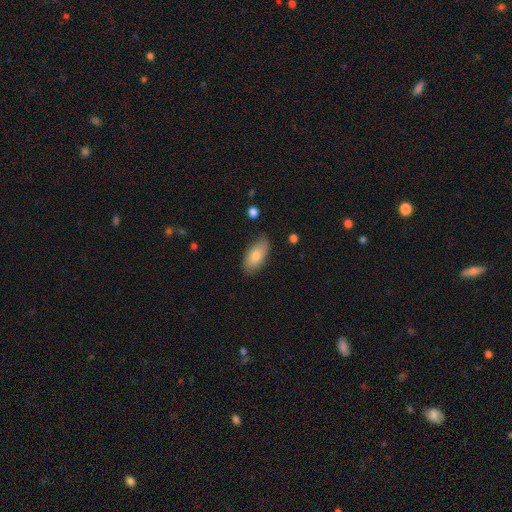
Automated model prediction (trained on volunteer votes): Smooth or featured? Predicted: smooth (p=0.78). How rounded? Predicted: in between (p=0.91). Merging? Predicted: none (p=0.83).